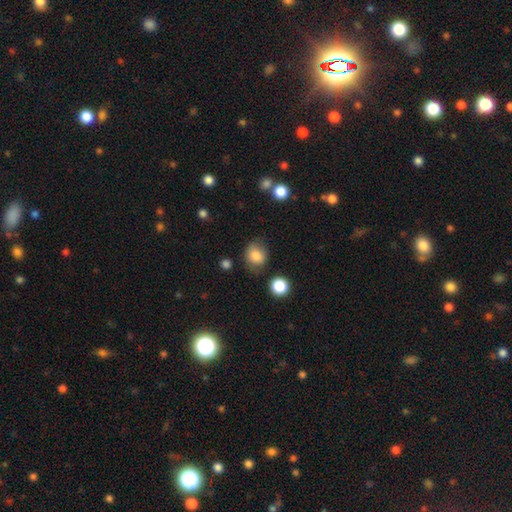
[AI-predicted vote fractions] A smooth galaxy with no disk features (83%) that is round (64%). Merging: none (66%).